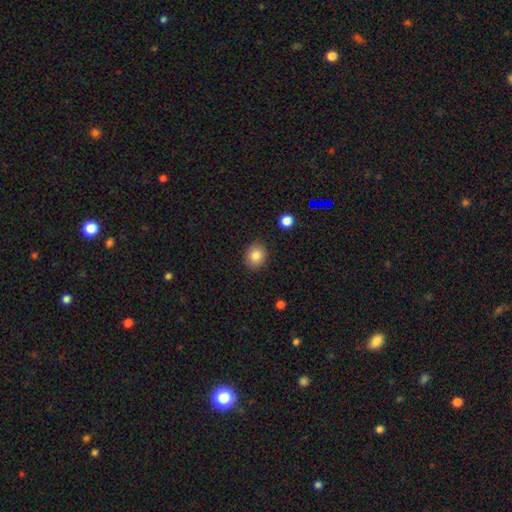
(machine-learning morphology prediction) Overall: smooth (84%). How rounded: round (65%; in between 35%). Merging: none (88%).